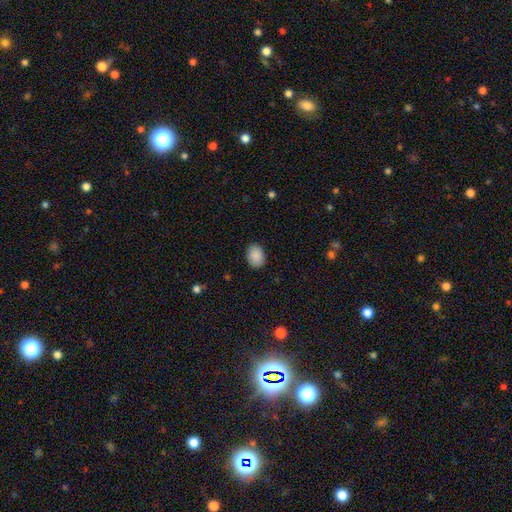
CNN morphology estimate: smooth-or-featured: smooth: 89% | star or artifact: 8% | featured or disk: 3%
  how-rounded: in between: 70% | round: 29% | cigar-shaped: 1%
  merging: none: 88% | minor disturbance: 9% | major disturbance: 2% | merger: 1%